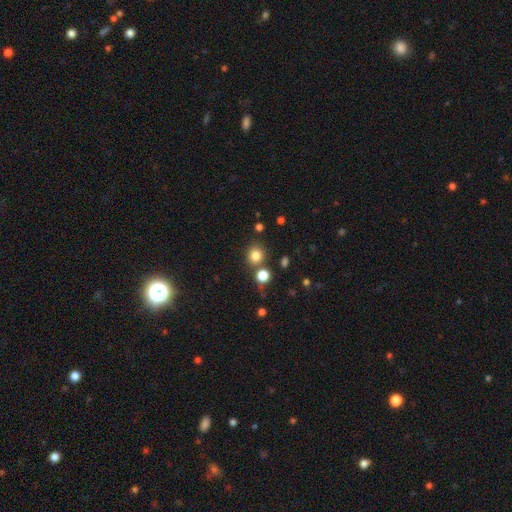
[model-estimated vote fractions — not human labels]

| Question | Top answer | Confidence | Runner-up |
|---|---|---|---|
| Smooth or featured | smooth | 81% | star or artifact (14%) |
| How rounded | round | 87% | in between (12%) |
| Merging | none | 76% | merger (12%) |